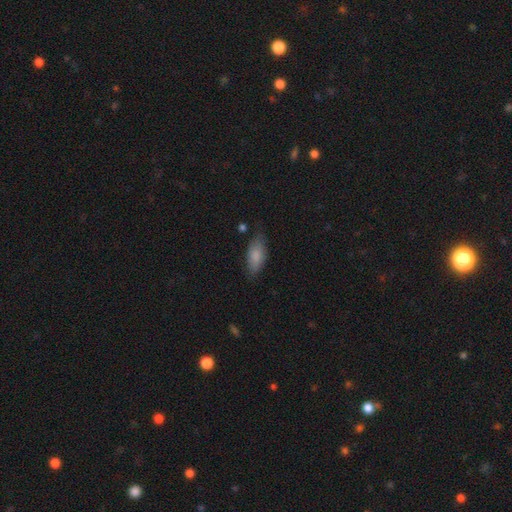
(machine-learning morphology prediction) Overall: smooth (83%). How rounded: in between (85%). Merging: none (72%).